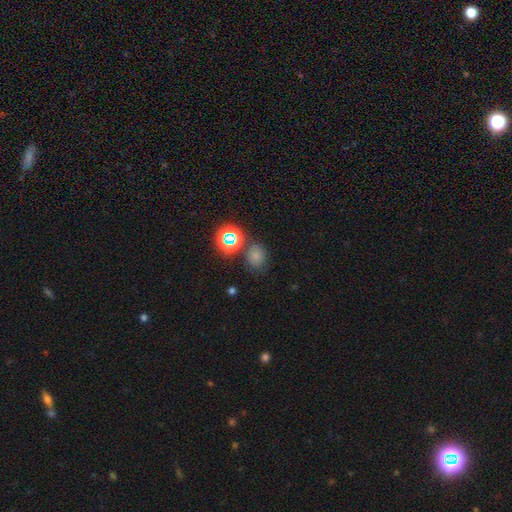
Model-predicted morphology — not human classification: This is likely a smooth galaxy (68%). How rounded: possibly round (57%). Merging: likely none (72%).